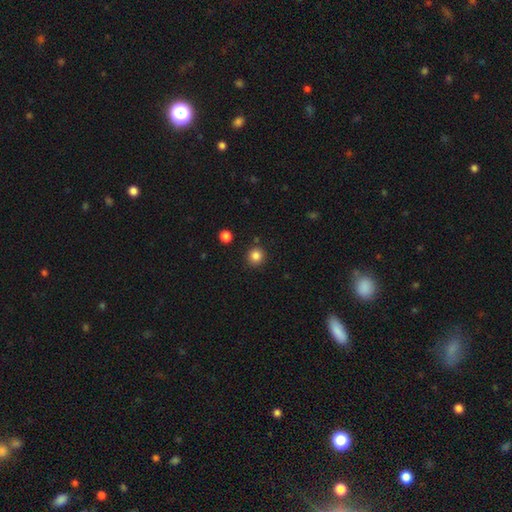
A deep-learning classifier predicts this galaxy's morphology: A smooth galaxy with no disk features (85%) that is round (93%). Merging: none (89%).